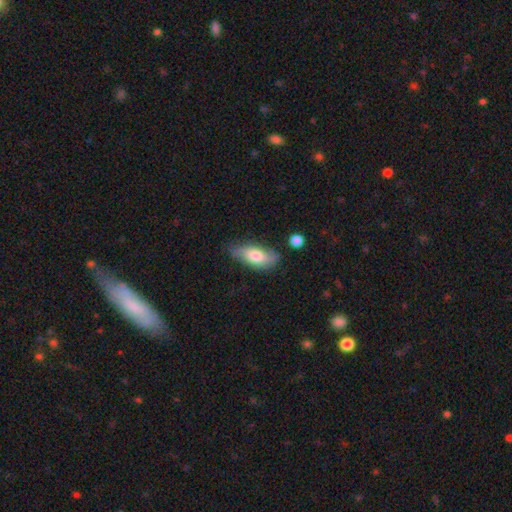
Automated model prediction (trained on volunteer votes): A smooth galaxy with no disk features (71%) that is in between round and cigar-shaped (81%). Merging: none (67%).